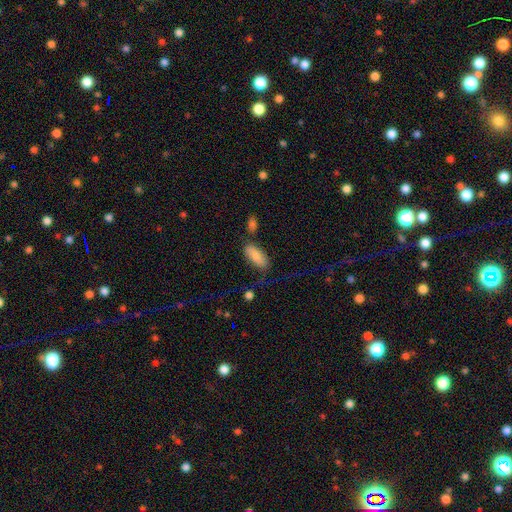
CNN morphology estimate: This is clearly a smooth galaxy (83%). How rounded: clearly in between (85%). Merging: likely none (62%).